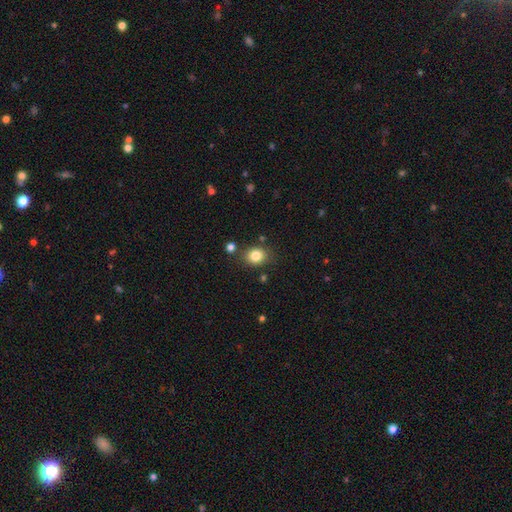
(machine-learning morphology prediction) Overall: smooth (83%). How rounded: round (60%; in between 39%). Merging: none (80%).